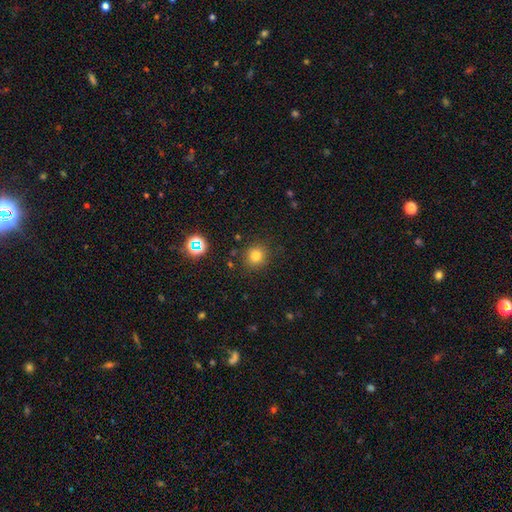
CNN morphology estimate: Smooth or featured? Predicted: smooth (p=0.77). How rounded? Predicted: round (p=0.88). Merging? Predicted: none (p=0.85).